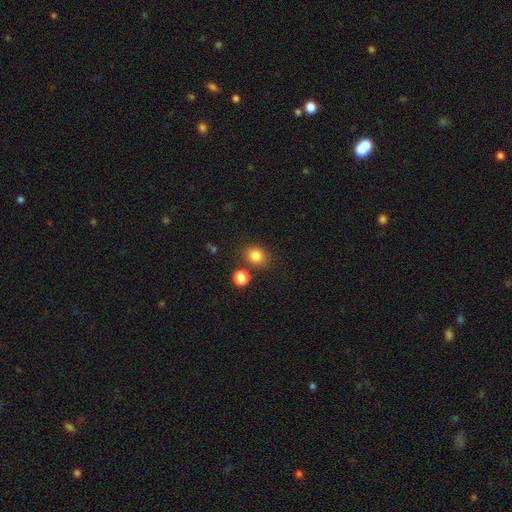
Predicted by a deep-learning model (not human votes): A smooth galaxy with no disk features (83%) that is round (61%). Merging: none (79%).